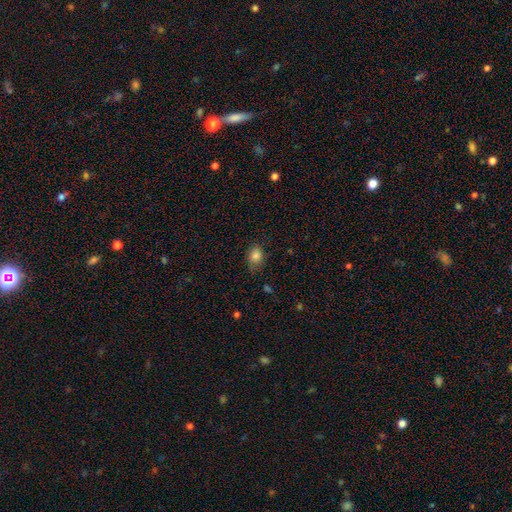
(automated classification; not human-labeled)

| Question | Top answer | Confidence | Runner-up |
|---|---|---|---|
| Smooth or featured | smooth | 83% | star or artifact (10%) |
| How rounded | in between | 70% | round (29%) |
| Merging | none | 73% | minor disturbance (21%) |